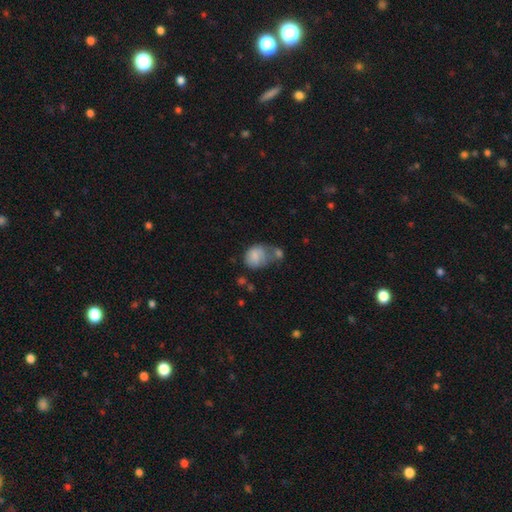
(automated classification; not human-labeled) Smooth or featured?
  - smooth: 69% *
  - featured or disk: 22%
  - star or artifact: 9%
How rounded?
  - round: 50% *
  - in between: 49%
  - cigar-shaped: 1%
Merging?
  - merger: 30% *
  - none: 25%
  - minor disturbance: 23%
  - major disturbance: 22%